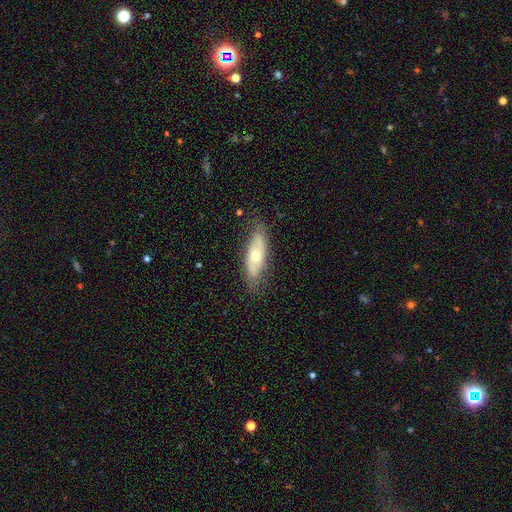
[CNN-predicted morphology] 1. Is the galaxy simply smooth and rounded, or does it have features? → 49% smooth, 45% featured or disk, 7% star or artifact.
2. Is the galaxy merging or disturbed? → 78% none, 17% minor disturbance, 4% major disturbance, 1% merger.